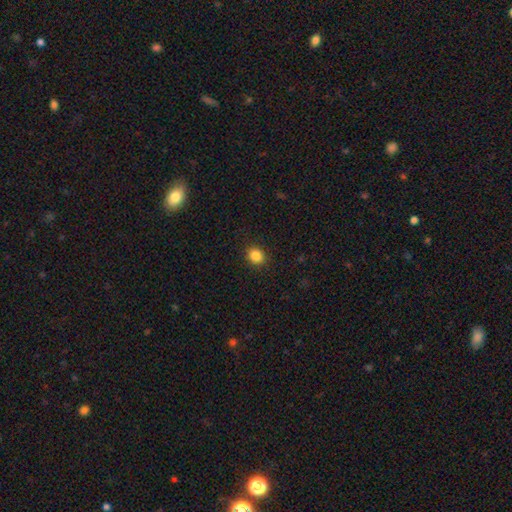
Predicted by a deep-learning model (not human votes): Smooth or featured? smooth (85%)
How rounded? round (64%)
Merging? none (90%)